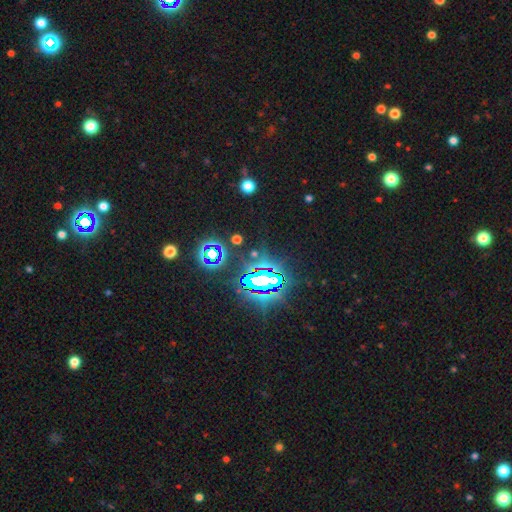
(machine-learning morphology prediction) A star or artifact, not a galaxy (79%).